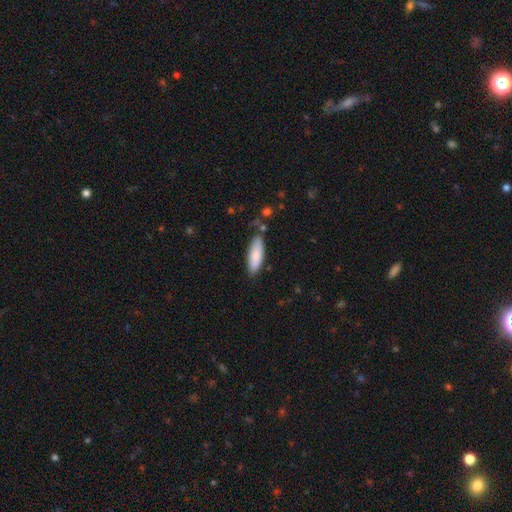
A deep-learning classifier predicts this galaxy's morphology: type=smooth (84%); roundness=in between (61%); merging=none (78%).